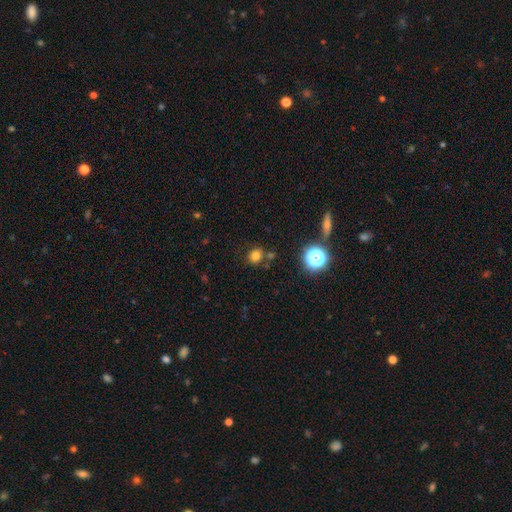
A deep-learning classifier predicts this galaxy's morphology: Smooth or featured: smooth — 75% (star or artifact — 18%)
How rounded: round — 80% (in between — 19%)
Merging: none — 77% (minor disturbance — 11%)